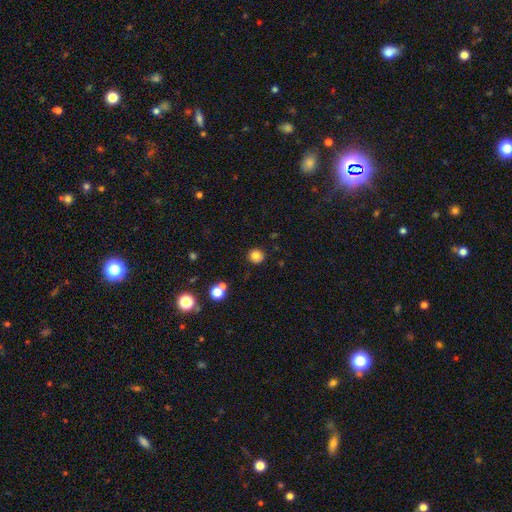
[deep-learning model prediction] This is clearly a smooth galaxy (82%). How rounded: clearly round (93%). Merging: clearly none (89%).